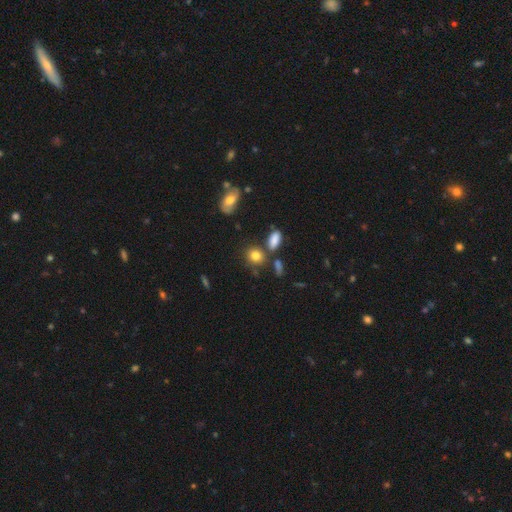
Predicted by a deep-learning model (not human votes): A smooth galaxy with no disk features (81%) that is round (61%).

Vote fractions:
- Smooth or featured? smooth: 81% / star or artifact: 11% / featured or disk: 8%
- How rounded? round: 61% / in between: 37% / cigar-shaped: 2%
- Merging? none: 68% / merger: 14% / minor disturbance: 14% / major disturbance: 5%